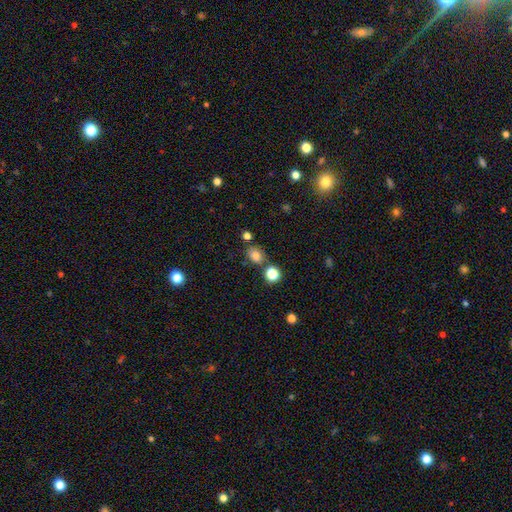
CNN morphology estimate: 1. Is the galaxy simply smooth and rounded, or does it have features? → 79% smooth, 14% star or artifact, 7% featured or disk.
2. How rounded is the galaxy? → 51% round, 48% in between, 1% cigar-shaped.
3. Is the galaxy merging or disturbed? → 71% none, 13% merger, 12% minor disturbance, 4% major disturbance.